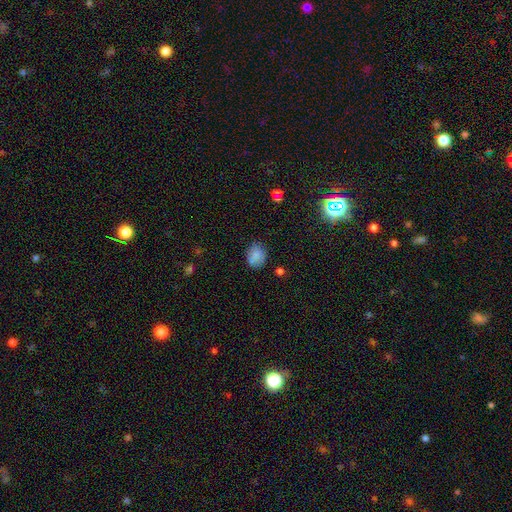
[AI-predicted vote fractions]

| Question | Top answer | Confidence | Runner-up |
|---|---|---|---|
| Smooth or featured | smooth | 80% | star or artifact (11%) |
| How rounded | in between | 50% | round (49%) |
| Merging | none | 70% | minor disturbance (20%) |